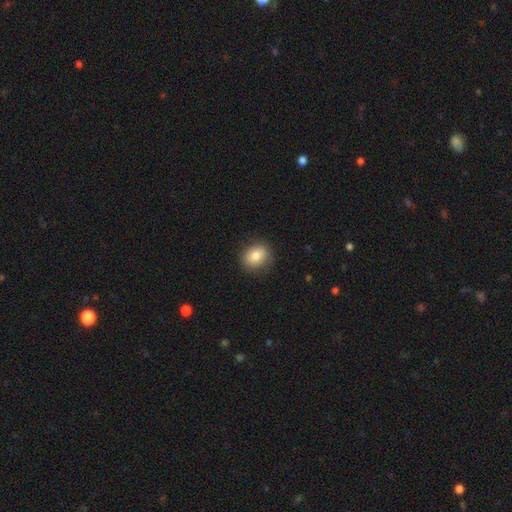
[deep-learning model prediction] smooth 82%, featured or disk 10%, star or artifact 9%. Down the decision tree: how rounded — round (63%); merging — none (86%).